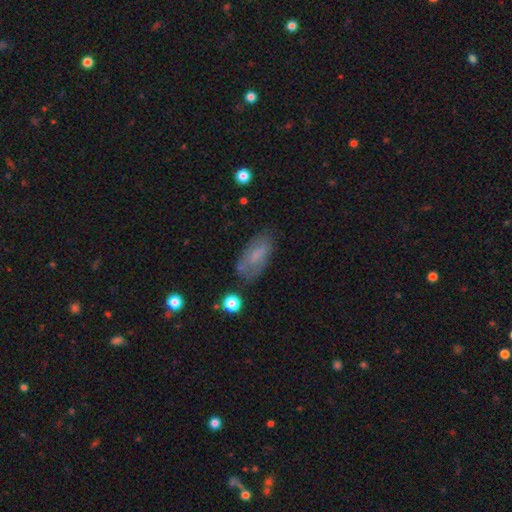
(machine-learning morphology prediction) smooth_or_featured: smooth (p=0.58) [alt: featured or disk p=0.33]
how_rounded: in between (p=0.86) [alt: cigar-shaped p=0.11]
merging: none (p=0.68) [alt: minor disturbance p=0.22]